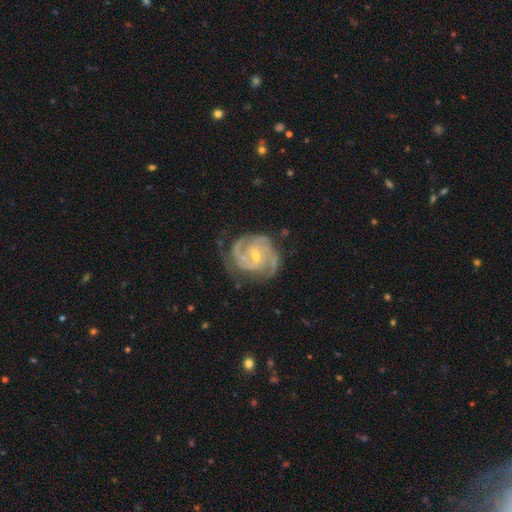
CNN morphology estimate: Smooth or featured: featured or disk — 90% (smooth — 5%)
Edge-on disk: no — 98% (yes — 2%)
Bar: no — 47% (weak — 40%)
Spiral arms: yes — 98% (no — 2%)
Spiral winding: tight — 57% (medium — 37%)
Spiral arm count: 2 — 41% (3 — 32%)
Bulge size: small — 70% (moderate — 27%)
Merging: none — 70% (minor disturbance — 20%)